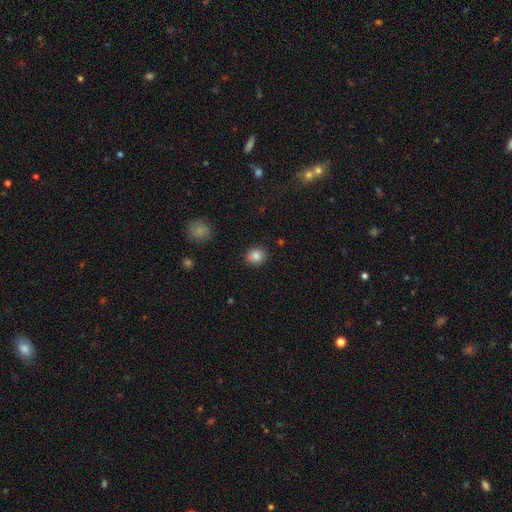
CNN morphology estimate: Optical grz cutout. It shows a smooth galaxy with no disk features (84%) that is round (73%). Merging: none (88%).